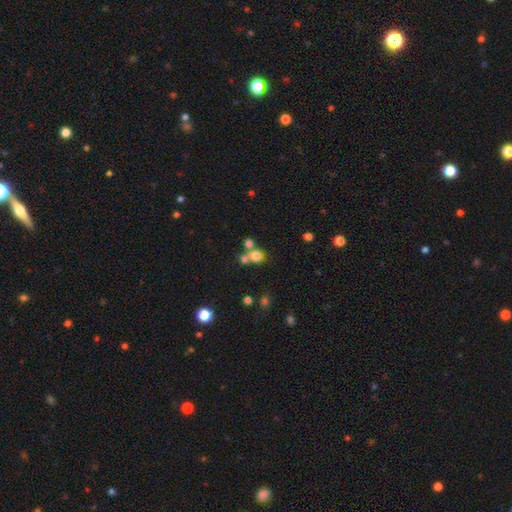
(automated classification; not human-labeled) Q: Smooth or featured?
A: smooth (70%); runner-up: star or artifact (16%)
Q: How rounded?
A: round (70%); runner-up: in between (29%)
Q: Merging?
A: merger (45%); runner-up: none (39%)